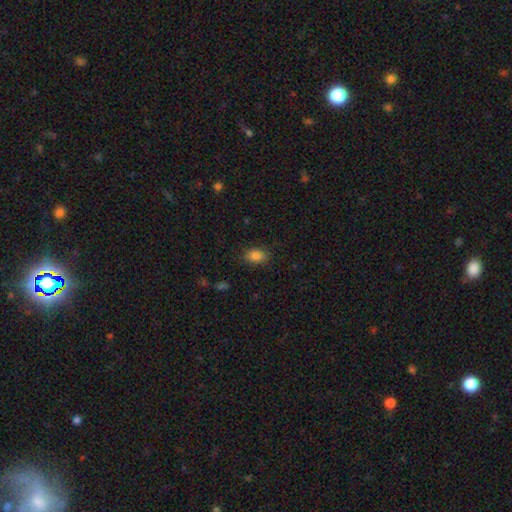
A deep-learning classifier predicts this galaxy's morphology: This is clearly a smooth galaxy (85%). How rounded: likely in between (80%). Merging: clearly none (84%).